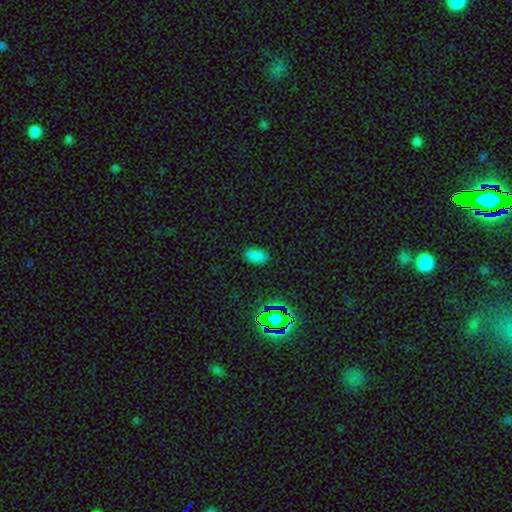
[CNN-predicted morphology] A smooth galaxy with no disk features (78%) that is in between round and cigar-shaped (92%). Merging: none (87%).